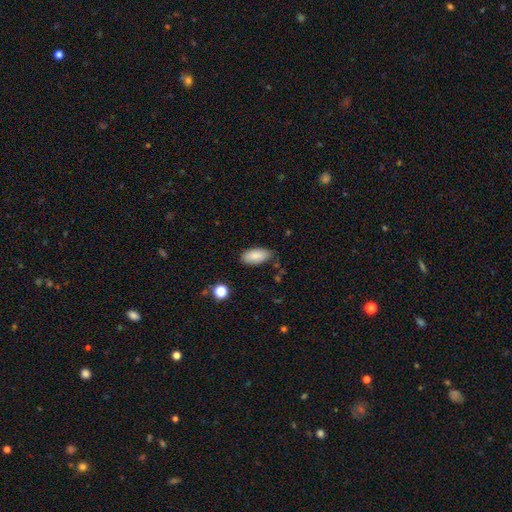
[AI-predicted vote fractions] smooth-or-featured: smooth: 86% | star or artifact: 7% | featured or disk: 6%
  how-rounded: in between: 91% | cigar-shaped: 7% | round: 2%
  merging: none: 79% | minor disturbance: 16% | major disturbance: 3% | merger: 2%